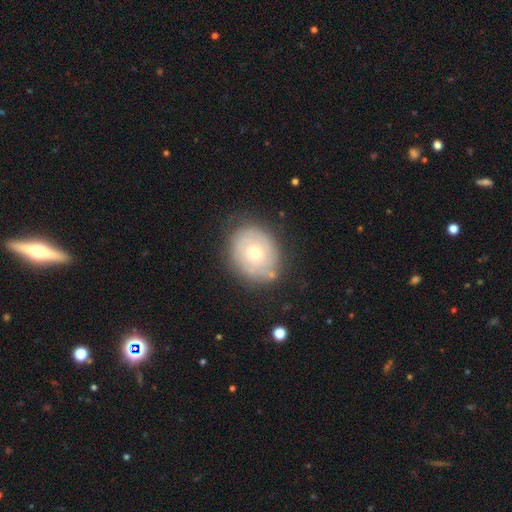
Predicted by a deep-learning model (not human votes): A featured or disk galaxy (52%).

Vote fractions:
- Smooth or featured? featured or disk: 52% / smooth: 40% / star or artifact: 8%
- Edge-on disk? no: 96% / yes: 4%
- Merging? none: 74% / minor disturbance: 18% / major disturbance: 6% / merger: 2%